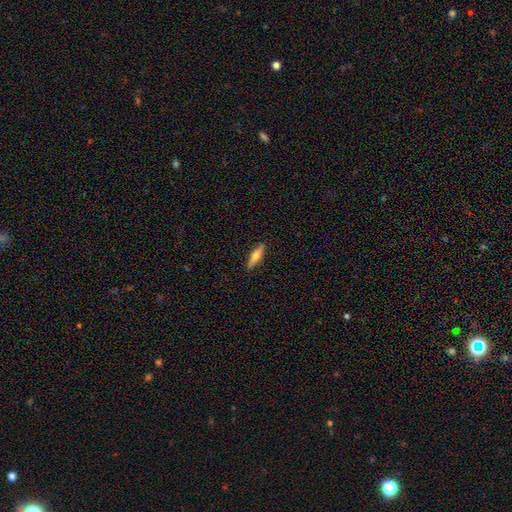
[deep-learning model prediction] smooth-or-featured: smooth: 55% | featured or disk: 39% | star or artifact: 6%
  how-rounded: cigar-shaped: 73% | in between: 25% | round: 2%
  merging: none: 89% | minor disturbance: 8% | major disturbance: 2% | merger: 1%